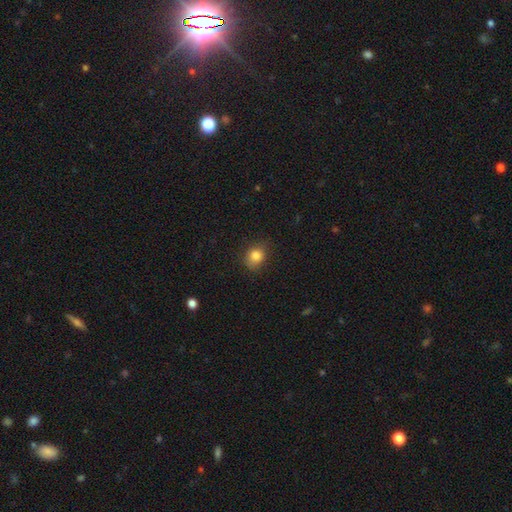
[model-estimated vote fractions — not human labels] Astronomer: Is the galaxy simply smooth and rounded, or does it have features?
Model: smooth — 83%.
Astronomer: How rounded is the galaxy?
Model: round — 64%.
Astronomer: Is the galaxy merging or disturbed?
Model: none — 73%.